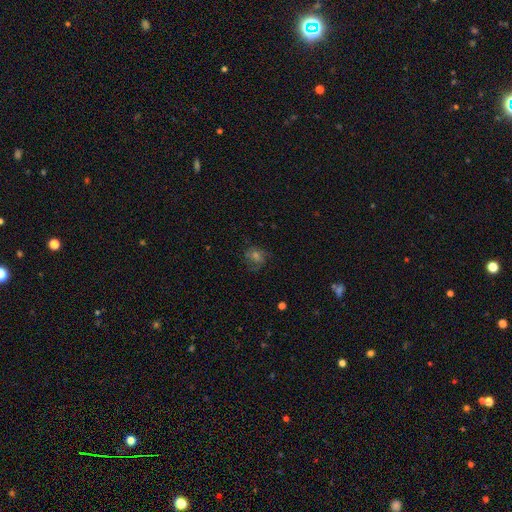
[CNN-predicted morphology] featured or disk 40%, smooth 33%, star or artifact 27%. Down the decision tree: merging — none (68%).